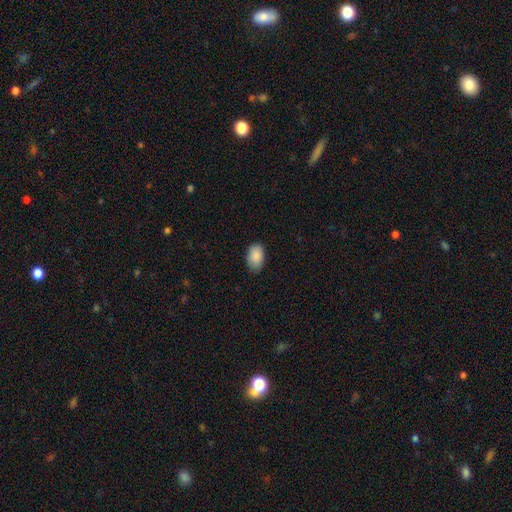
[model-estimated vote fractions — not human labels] Overall: smooth (89%). How rounded: in between (91%). Merging: none (82%).